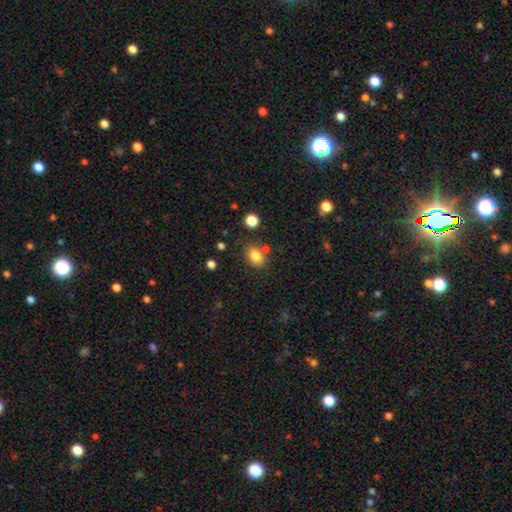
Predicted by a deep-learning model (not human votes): Smooth or featured? smooth (82%)
How rounded? in between (58%)
Merging? none (74%)